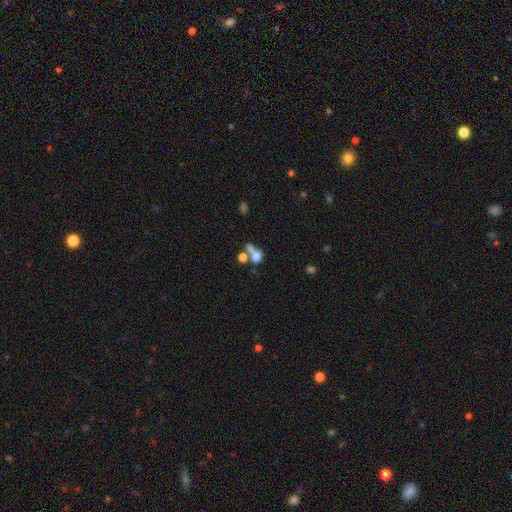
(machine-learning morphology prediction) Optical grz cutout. It shows a smooth galaxy with no disk features (68%) that is in between round and cigar-shaped (51%). Merging: merger (56%).